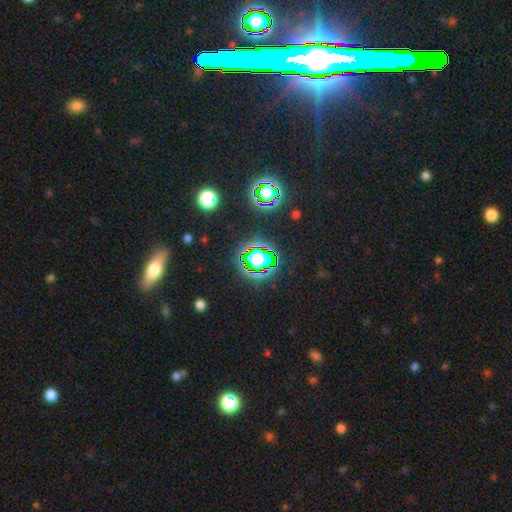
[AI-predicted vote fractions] Morphology: type=star or artifact (72%).